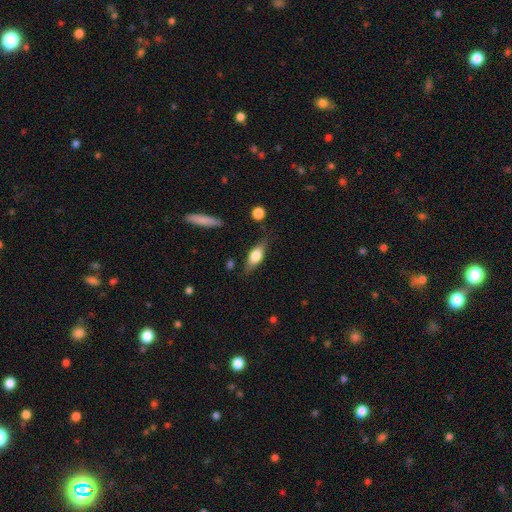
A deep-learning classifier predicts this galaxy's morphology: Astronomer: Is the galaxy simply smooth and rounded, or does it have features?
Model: smooth — 58% (runner-up: featured or disk, 35%).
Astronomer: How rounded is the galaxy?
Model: in between — 67%.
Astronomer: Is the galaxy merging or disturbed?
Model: none — 75%.